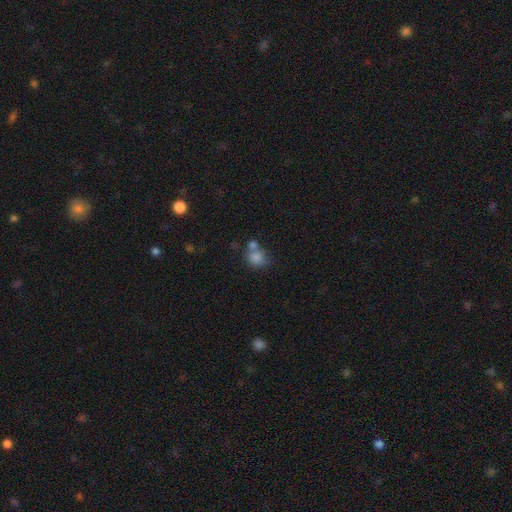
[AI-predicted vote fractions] Smooth or featured? smooth (81%)
How rounded? round (76%)
Merging? merger (41%)